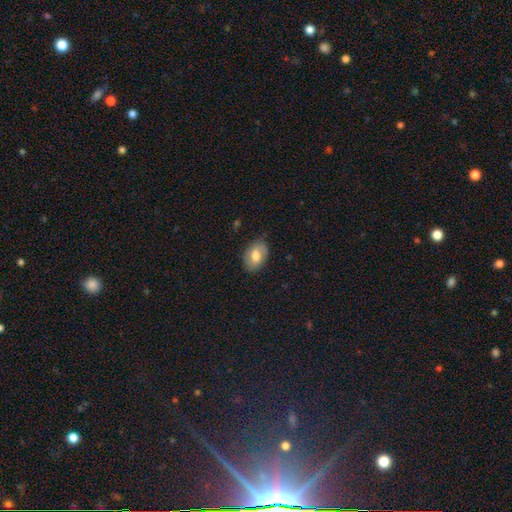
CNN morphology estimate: smooth 70%, featured or disk 23%, star or artifact 7%. Down the decision tree: how rounded — in between (86%); merging — none (79%).